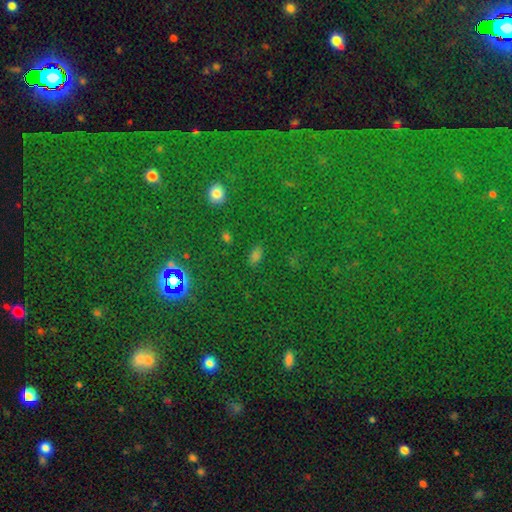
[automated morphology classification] type=star or artifact (65%).